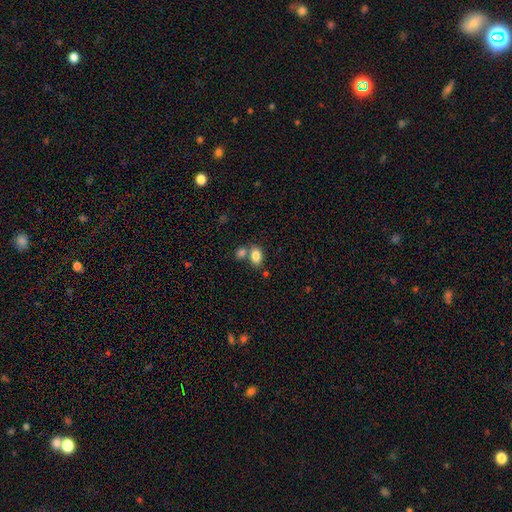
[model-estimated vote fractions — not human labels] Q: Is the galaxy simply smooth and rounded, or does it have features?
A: smooth — 83%.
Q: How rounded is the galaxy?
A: in between — 82%.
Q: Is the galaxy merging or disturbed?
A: none — 50%.